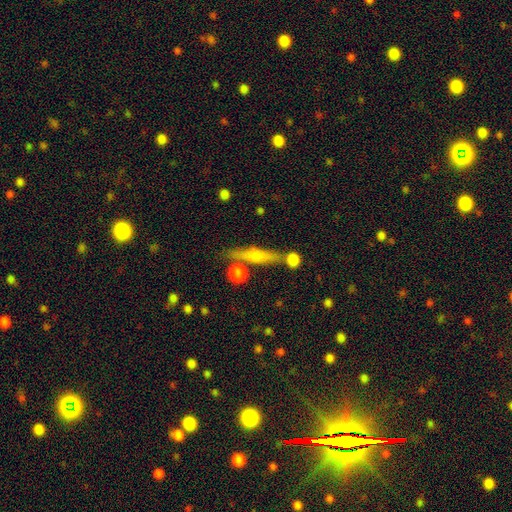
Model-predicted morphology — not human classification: A featured or disk galaxy (50%).

Vote fractions:
- Smooth or featured? featured or disk: 50% / smooth: 42% / star or artifact: 8%
- Merging? none: 76% / minor disturbance: 11% / merger: 9% / major disturbance: 4%